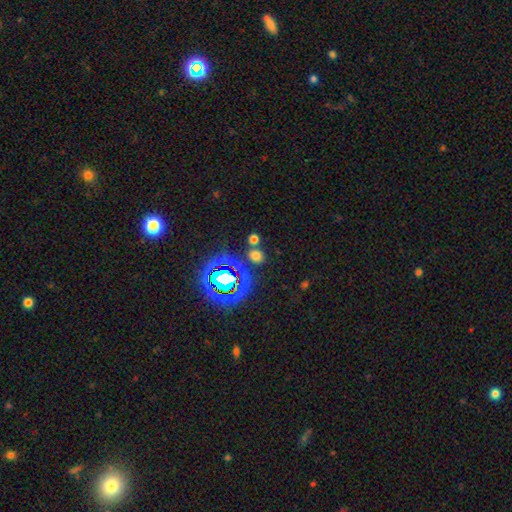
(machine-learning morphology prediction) smooth-or-featured: smooth: 61% | star or artifact: 32% | featured or disk: 7%
  how-rounded: round: 67% | in between: 31% | cigar-shaped: 2%
  merging: none: 75% | merger: 14% | minor disturbance: 8% | major disturbance: 3%